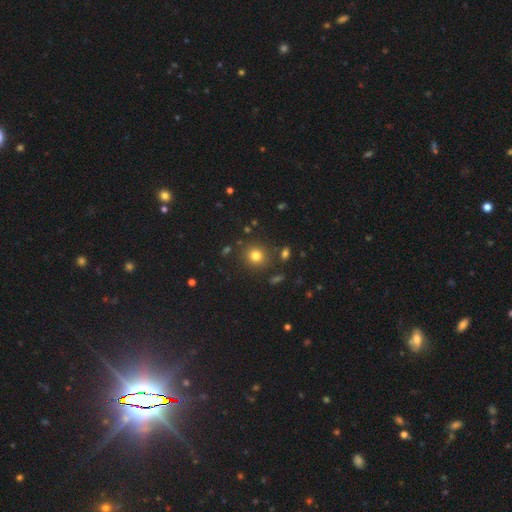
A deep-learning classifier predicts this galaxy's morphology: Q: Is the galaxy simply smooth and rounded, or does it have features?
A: smooth — 78%.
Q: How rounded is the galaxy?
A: round — 87%.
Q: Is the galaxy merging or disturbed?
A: none — 85%.